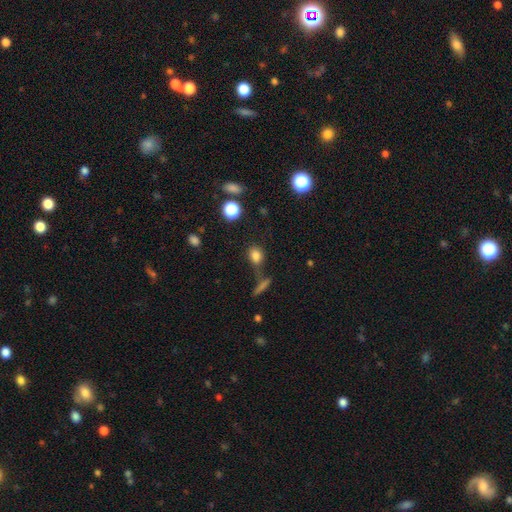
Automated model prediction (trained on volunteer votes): A smooth galaxy with no disk features (79%) that is in between round and cigar-shaped (57%).

Vote fractions:
- Smooth or featured? smooth: 79% / star or artifact: 13% / featured or disk: 7%
- How rounded? in between: 57% / round: 40% / cigar-shaped: 4%
- Merging? none: 60% / merger: 18% / minor disturbance: 15% / major disturbance: 7%